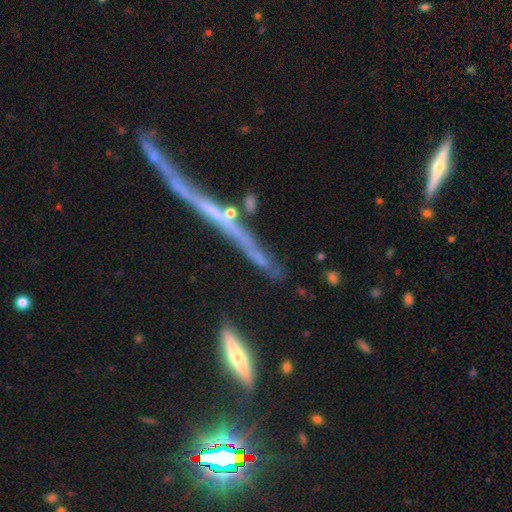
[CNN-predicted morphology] Q: Smooth or featured?
A: featured or disk (54%); runner-up: smooth (33%)
Q: Edge-on disk?
A: yes (83%); runner-up: no (17%)
Q: Merging?
A: none (61%); runner-up: minor disturbance (20%)